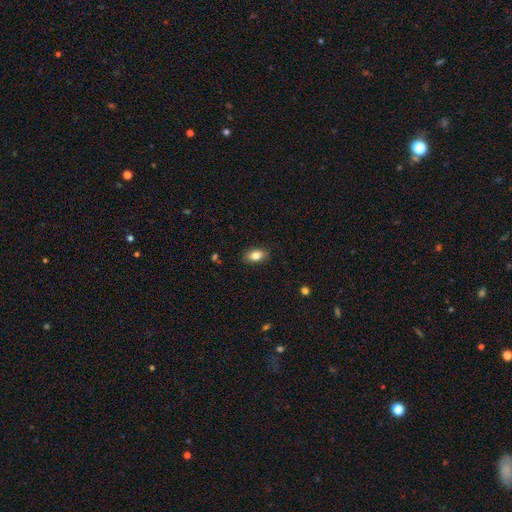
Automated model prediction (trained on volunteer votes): Smooth or featured: smooth — 83% (featured or disk — 9%)
How rounded: in between — 88% (round — 9%)
Merging: none — 87% (minor disturbance — 10%)